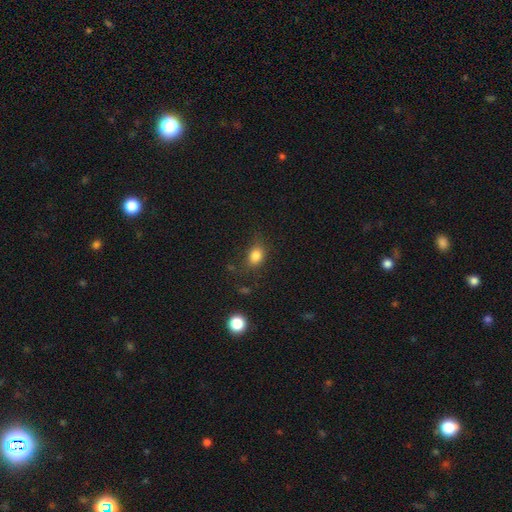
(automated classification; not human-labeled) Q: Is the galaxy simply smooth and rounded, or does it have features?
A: smooth — 82%.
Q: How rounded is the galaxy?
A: in between — 65%.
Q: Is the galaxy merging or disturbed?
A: none — 71%.